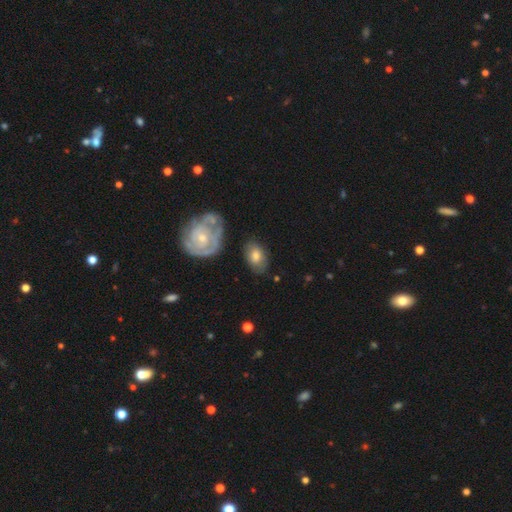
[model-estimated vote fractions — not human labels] This appears to be a smooth galaxy with no disk features (64%) that is in between round and cigar-shaped (83%). Merging: none (73%).